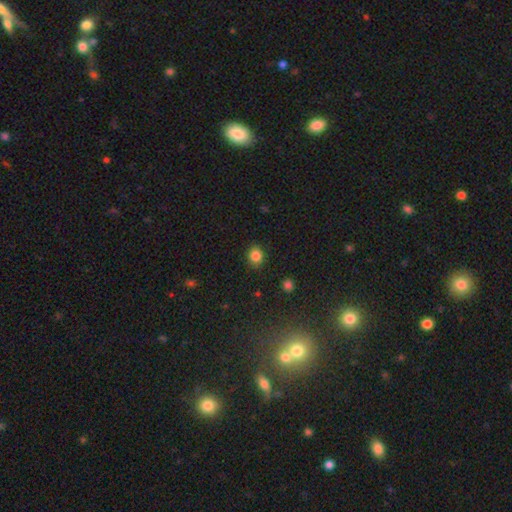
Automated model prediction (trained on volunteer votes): A smooth galaxy with no disk features (85%) that is round (70%).

Vote fractions:
- Smooth or featured? smooth: 85% / star or artifact: 12% / featured or disk: 4%
- How rounded? round: 70% / in between: 29% / cigar-shaped: 1%
- Merging? none: 85% / minor disturbance: 11% / major disturbance: 3% / merger: 1%